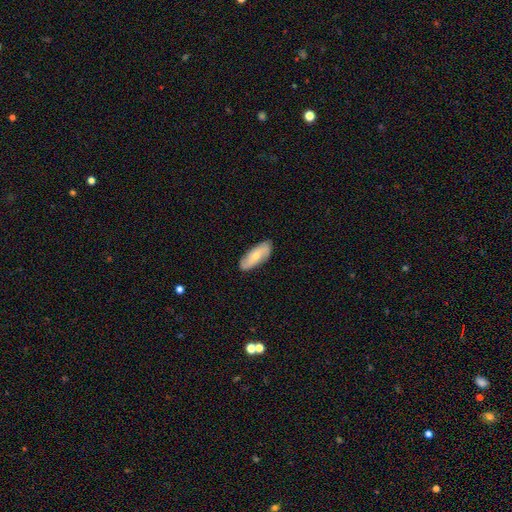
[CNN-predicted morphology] Q: Smooth or featured?
A: smooth (56%); runner-up: featured or disk (39%)
Q: How rounded?
A: in between (74%); runner-up: cigar-shaped (24%)
Q: Merging?
A: none (86%); runner-up: minor disturbance (11%)